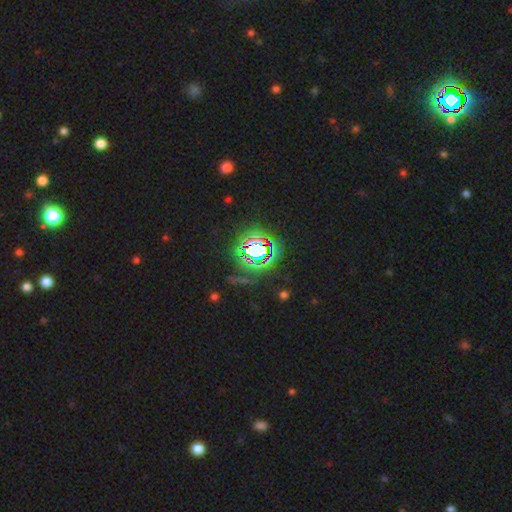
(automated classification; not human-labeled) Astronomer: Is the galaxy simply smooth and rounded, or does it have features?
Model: star or artifact — 81%.